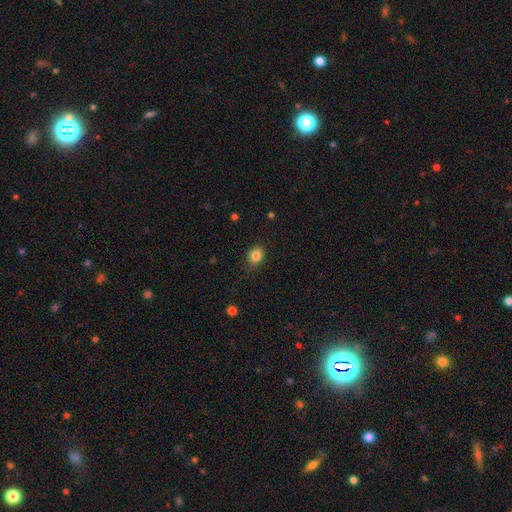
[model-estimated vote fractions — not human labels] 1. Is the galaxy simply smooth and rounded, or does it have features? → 84% smooth, 10% star or artifact, 5% featured or disk.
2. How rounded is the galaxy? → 52% in between, 47% round, 1% cigar-shaped.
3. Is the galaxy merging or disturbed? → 84% none, 12% minor disturbance, 3% major disturbance, 1% merger.